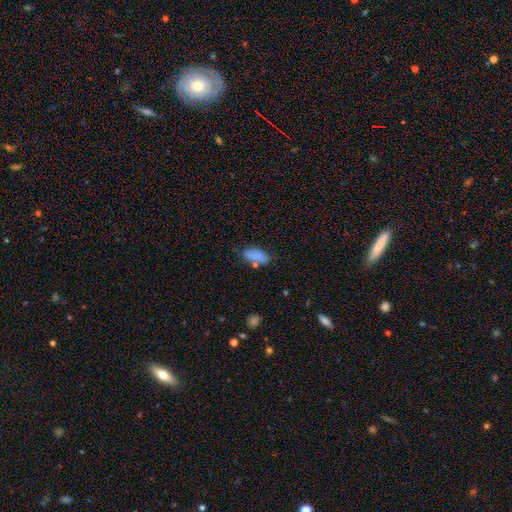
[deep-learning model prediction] Smooth or featured: smooth — 83% (star or artifact — 9%)
How rounded: in between — 86% (cigar-shaped — 12%)
Merging: none — 64% (minor disturbance — 22%)